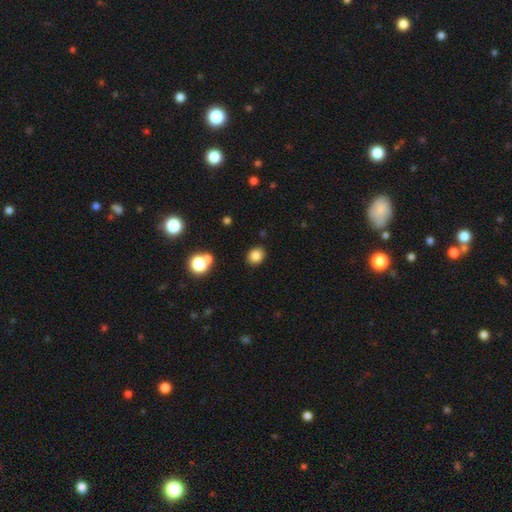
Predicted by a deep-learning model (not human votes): smooth_or_featured: smooth (p=0.83) [alt: star or artifact p=0.11]
how_rounded: round (p=0.60) [alt: in between p=0.39]
merging: none (p=0.86) [alt: minor disturbance p=0.08]